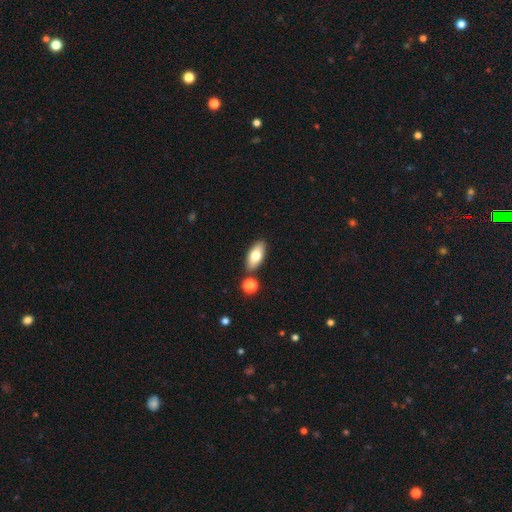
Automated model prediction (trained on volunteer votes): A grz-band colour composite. It shows a smooth galaxy with no disk features (73%) that is in between round and cigar-shaped (87%). Merging: none (81%).